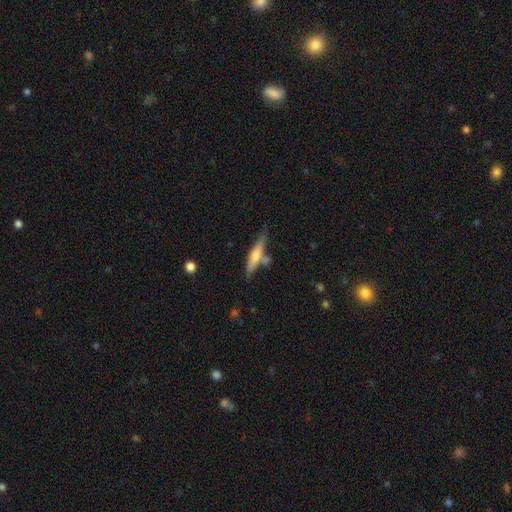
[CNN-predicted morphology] This appears to be a smooth galaxy with no disk features (47%, tied with featured or disk). Merging: none (67%).